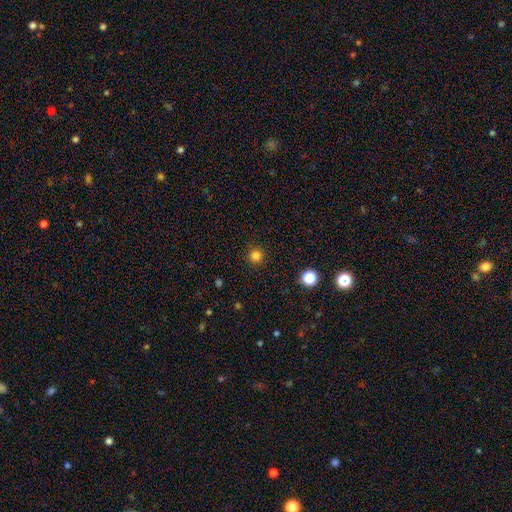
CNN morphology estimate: Smooth or featured? smooth (82%)
How rounded? round (95%)
Merging? none (92%)